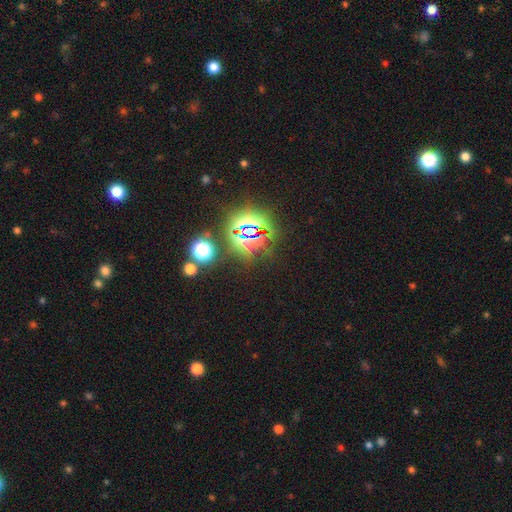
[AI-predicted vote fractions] The model was most divided on "smooth or featured": star or artifact: 79%, smooth: 14%, featured or disk: 7%.